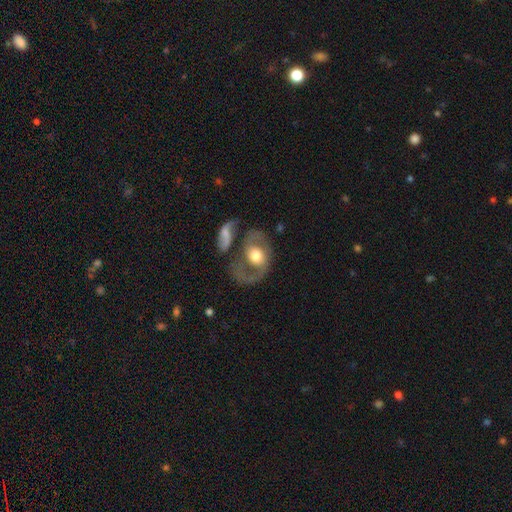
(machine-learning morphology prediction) Smooth or featured? featured or disk (67%)
Edge-on disk? no (94%)
Bar? no (68%)
Spiral arms? yes (68%)
Bulge size? moderate (58%)
Merging? none (46%)